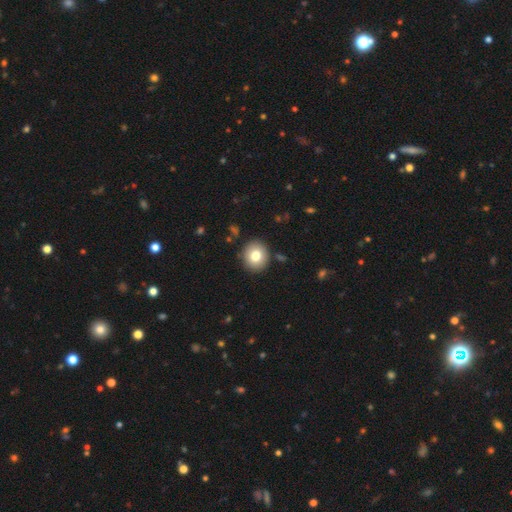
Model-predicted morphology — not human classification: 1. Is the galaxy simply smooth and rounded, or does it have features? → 78% smooth, 12% featured or disk, 9% star or artifact.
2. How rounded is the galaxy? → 78% round, 21% in between, 1% cigar-shaped.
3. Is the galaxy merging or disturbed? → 89% none, 7% minor disturbance, 2% major disturbance, 2% merger.